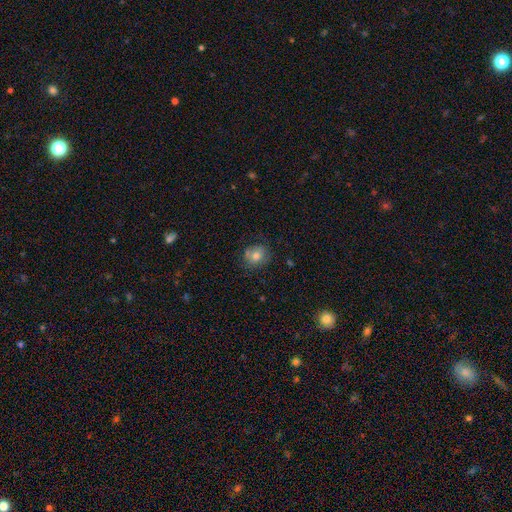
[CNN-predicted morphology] The model was most divided on "how rounded": round: 70%, in between: 30%, cigar-shaped: 1%. More confident: smooth or featured — smooth (74%); merging — none (68%).